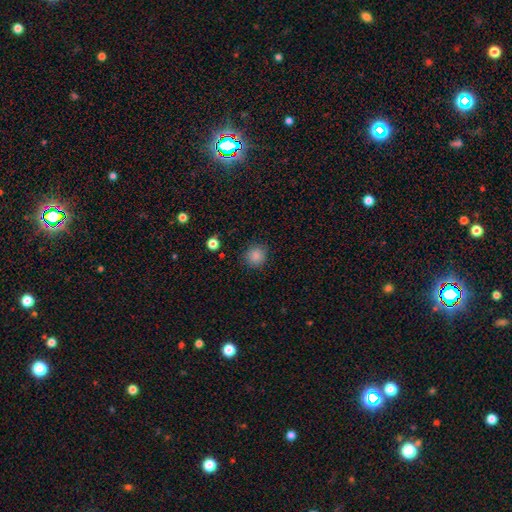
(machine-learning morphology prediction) Smooth or featured: smooth — 85% (star or artifact — 11%)
How rounded: round — 90% (in between — 9%)
Merging: none — 88% (minor disturbance — 8%)